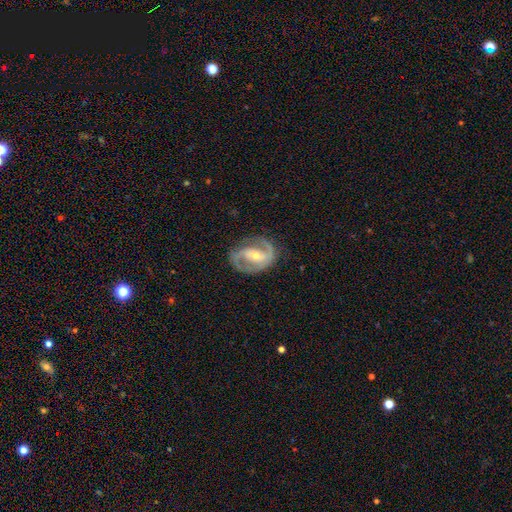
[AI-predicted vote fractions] The model was most divided on "bar" (2-way tie): strong: 36%, weak: 36%, no: 27%. More confident: edge-on disk — no (97%); spiral arms — yes (92%); smooth or featured — featured or disk (86%); spiral arm count — 2 (84%); merging — none (73%); spiral winding — medium (51%); bulge size — small (51%).